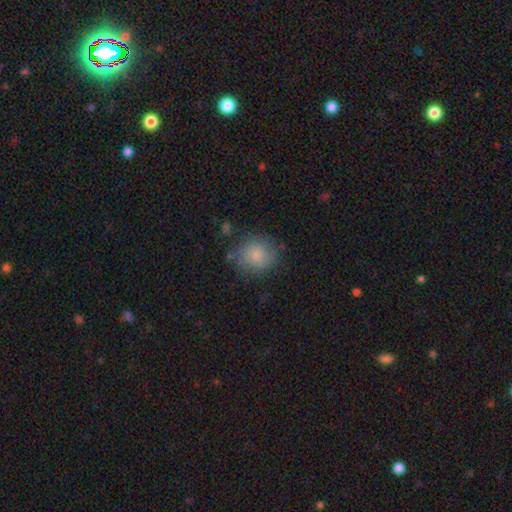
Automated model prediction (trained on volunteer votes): Smooth or featured?
  - smooth: 77% *
  - featured or disk: 12%
  - star or artifact: 11%
How rounded?
  - round: 80% *
  - in between: 19%
  - cigar-shaped: 1%
Merging?
  - none: 77% *
  - minor disturbance: 16%
  - major disturbance: 5%
  - merger: 3%